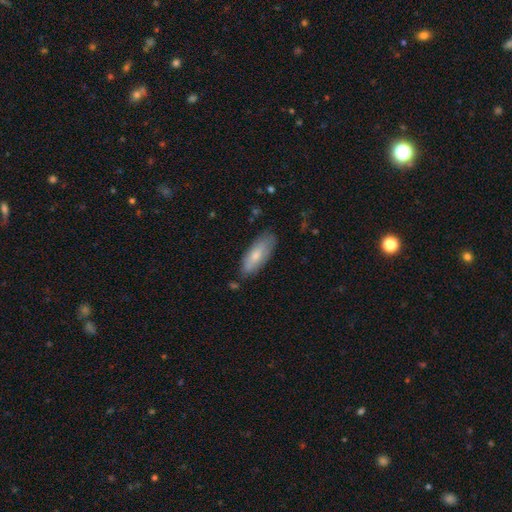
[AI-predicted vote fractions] Smooth or featured? Predicted: smooth (p=0.72). How rounded? Predicted: in between (p=0.73). Merging? Predicted: none (p=0.75).